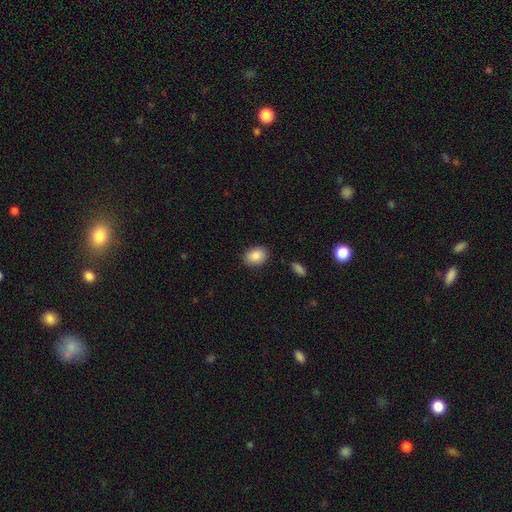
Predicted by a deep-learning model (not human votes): Smooth or featured? smooth (88%)
How rounded? in between (74%)
Merging? none (87%)